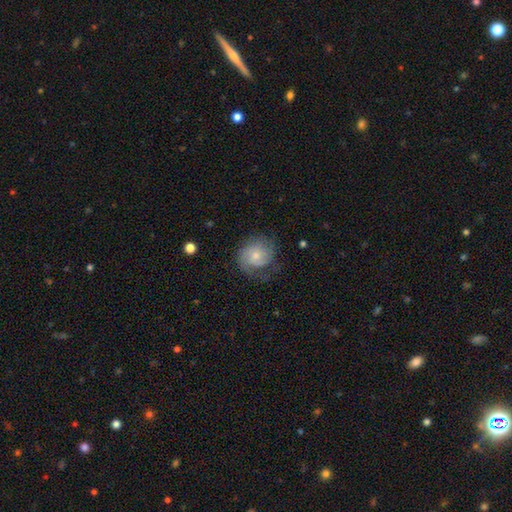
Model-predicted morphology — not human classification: Smooth or featured?
  - featured or disk: 52% *
  - smooth: 41%
  - star or artifact: 7%
Edge-on disk?
  - no: 97% *
  - yes: 3%
Bar?
  - no: 76% *
  - weak: 22%
  - strong: 3%
Spiral arms?
  - yes: 84% *
  - no: 16%
Bulge size?
  - small: 52% *
  - moderate: 40%
  - none: 4%
  - large: 3%
  - dominant: 1%
Merging?
  - none: 55% *
  - minor disturbance: 25%
  - major disturbance: 18%
  - merger: 1%